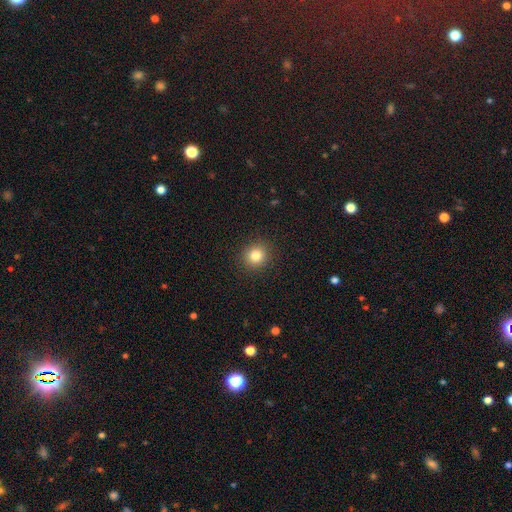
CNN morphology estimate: Smooth or featured? smooth (82%)
How rounded? round (89%)
Merging? none (91%)